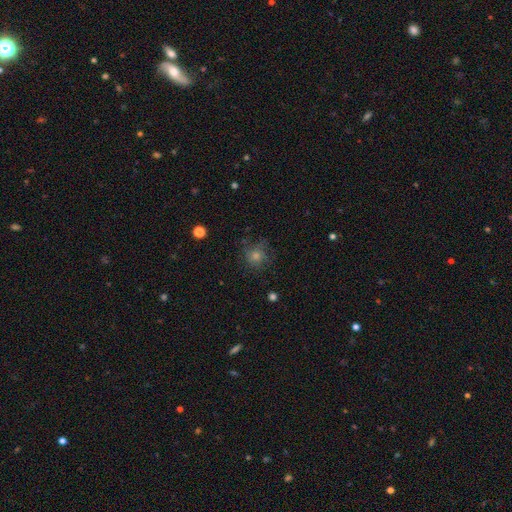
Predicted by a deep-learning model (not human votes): The model was most divided on "smooth or featured": smooth: 51%, star or artifact: 28%, featured or disk: 21%. More confident: how rounded — round (88%); merging — none (74%).